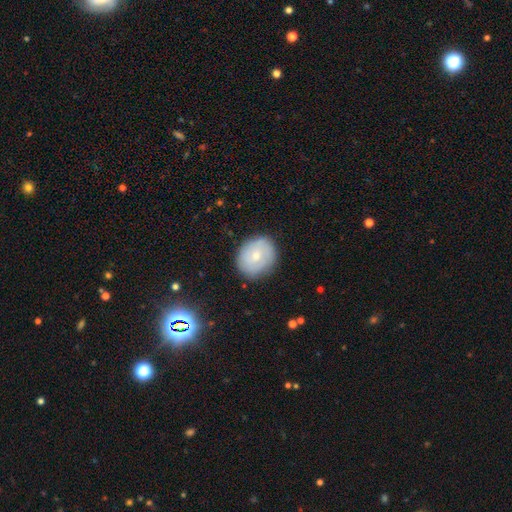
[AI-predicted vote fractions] A smooth galaxy with no disk features (56%) that is round (65%). Merging: none (82%).